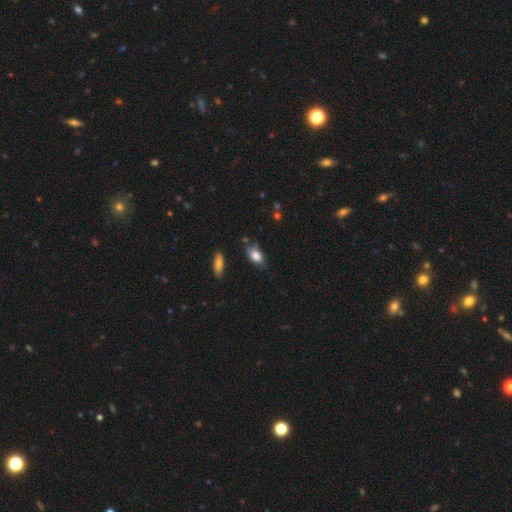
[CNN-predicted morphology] A smooth galaxy with no disk features (81%) that is in between round and cigar-shaped (86%).

Vote fractions:
- Smooth or featured? smooth: 81% / featured or disk: 11% / star or artifact: 8%
- How rounded? in between: 86% / round: 9% / cigar-shaped: 5%
- Merging? none: 66% / minor disturbance: 24% / major disturbance: 5% / merger: 4%